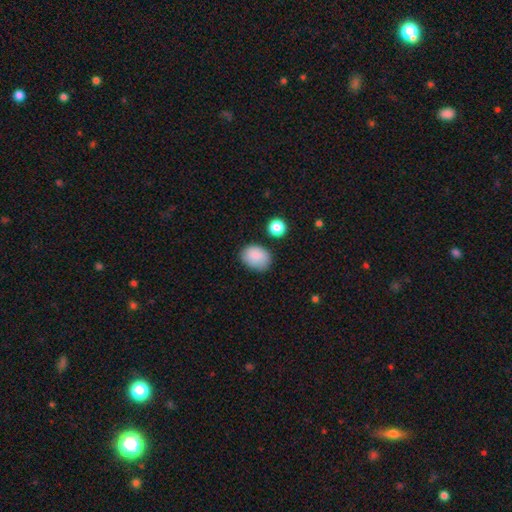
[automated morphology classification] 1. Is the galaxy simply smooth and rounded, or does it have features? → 85% smooth, 8% star or artifact, 7% featured or disk.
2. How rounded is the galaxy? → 67% in between, 32% round, 1% cigar-shaped.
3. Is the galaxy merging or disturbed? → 74% none, 19% minor disturbance, 4% major disturbance, 3% merger.